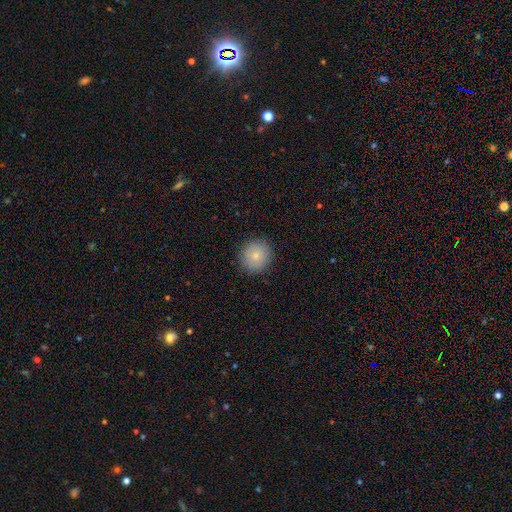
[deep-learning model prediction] Smooth or featured? Predicted: smooth (p=0.80). How rounded? Predicted: round (p=0.92). Merging? Predicted: none (p=0.89).